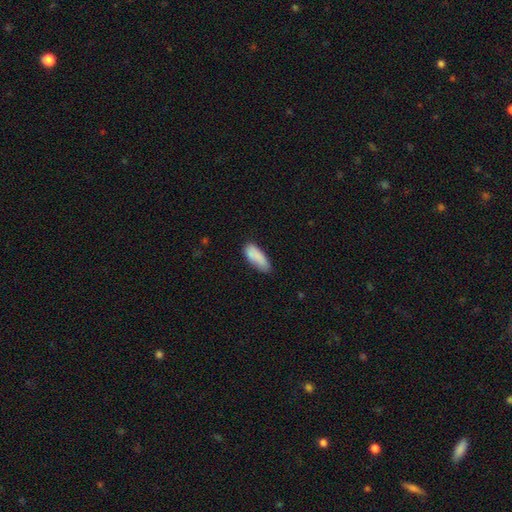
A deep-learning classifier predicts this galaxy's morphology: Overall: smooth (85%). How rounded: in between (71%). Merging: none (66%; minor disturbance 26%).